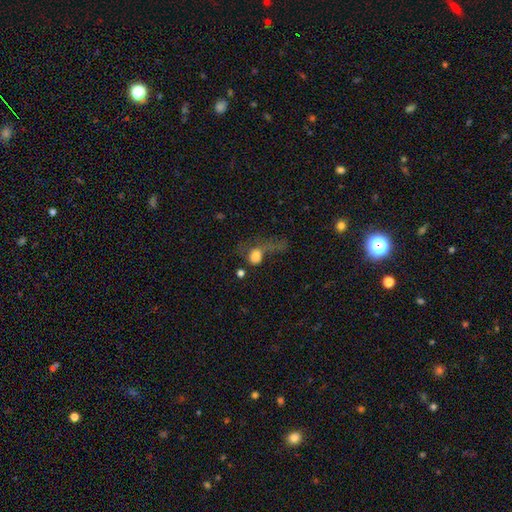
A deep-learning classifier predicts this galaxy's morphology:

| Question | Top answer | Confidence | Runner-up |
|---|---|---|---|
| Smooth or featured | smooth | 68% | featured or disk (20%) |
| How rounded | round | 54% | in between (44%) |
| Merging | major disturbance | 55% | none (19%) |